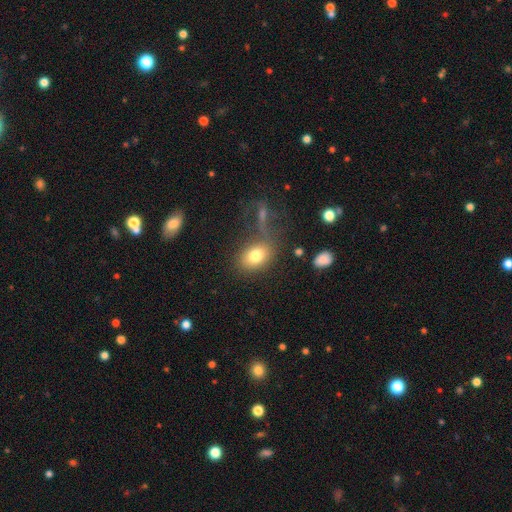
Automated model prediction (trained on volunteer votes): A smooth galaxy with no disk features (78%) that is in between round and cigar-shaped (73%). Merging: none (67%).